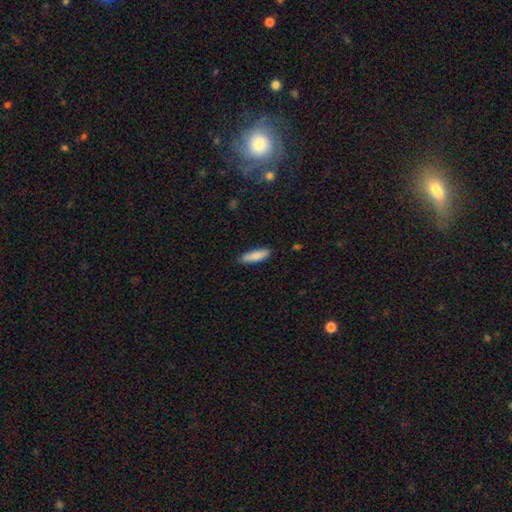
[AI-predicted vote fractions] smooth_or_featured: smooth (p=0.86) [alt: featured or disk p=0.08]
how_rounded: cigar-shaped (p=0.62) [alt: in between p=0.36]
merging: none (p=0.86) [alt: minor disturbance p=0.11]